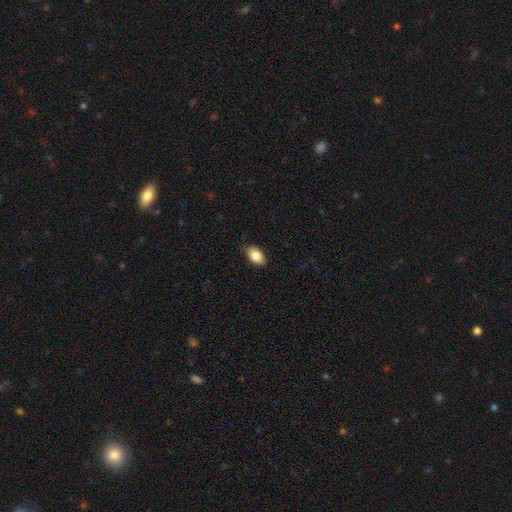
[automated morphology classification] smooth_or_featured: smooth (p=0.85) [alt: featured or disk p=0.08]
how_rounded: in between (p=0.91) [alt: round p=0.08]
merging: none (p=0.83) [alt: minor disturbance p=0.14]